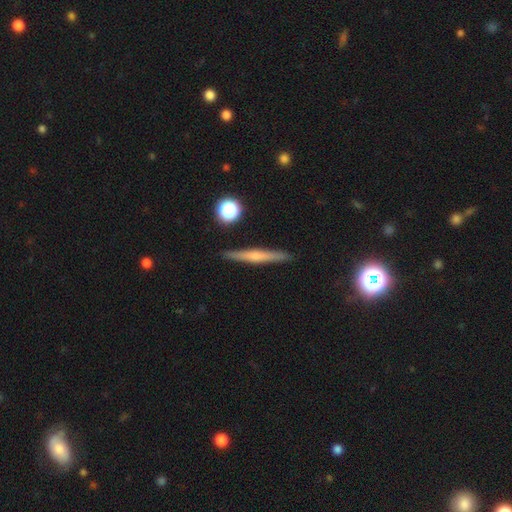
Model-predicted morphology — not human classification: Overall: featured or disk (66%). Edge-on disk: yes (97%). Edge-on bulge: rounded (72%). Merging: none (90%).